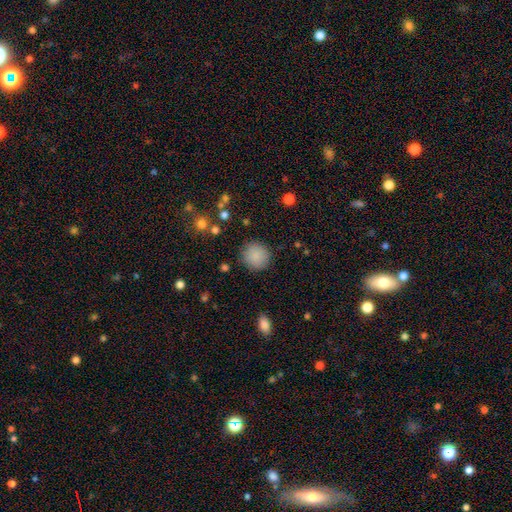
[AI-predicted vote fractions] smooth 87%, star or artifact 8%, featured or disk 5%. Down the decision tree: how rounded — round (93%); merging — none (88%).